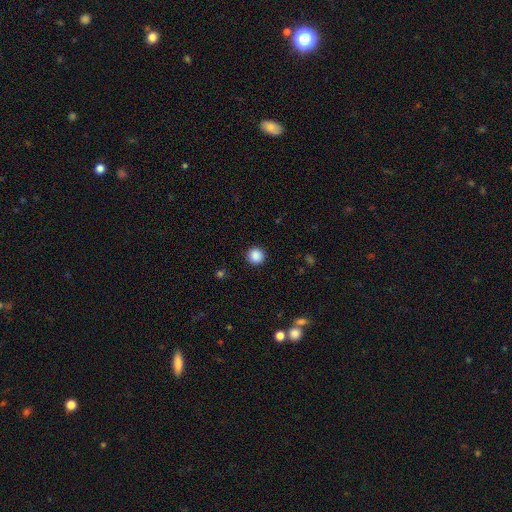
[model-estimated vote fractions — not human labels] The model was most divided on "smooth or featured": smooth: 88%, star or artifact: 10%, featured or disk: 3%. More confident: how rounded — round (95%); merging — none (92%).